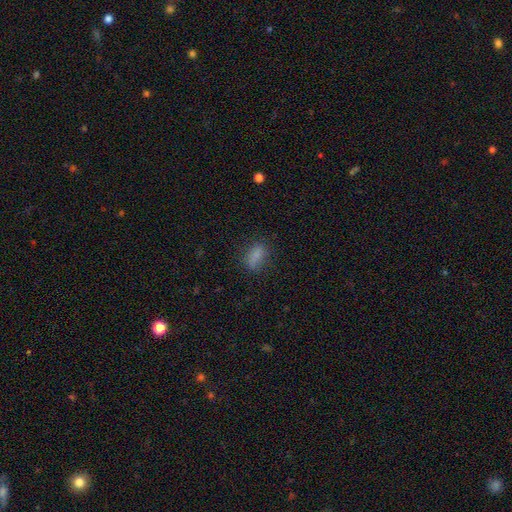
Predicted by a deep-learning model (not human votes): smooth 81%, star or artifact 11%, featured or disk 8%. Down the decision tree: how rounded — in between (77%); merging — none (74%).